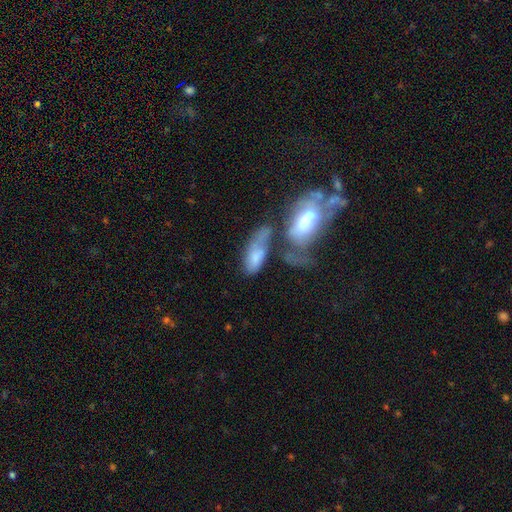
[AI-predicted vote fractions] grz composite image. It shows a smooth galaxy with no disk features (63%) that is in between round and cigar-shaped (82%). Merging: merger (42%).